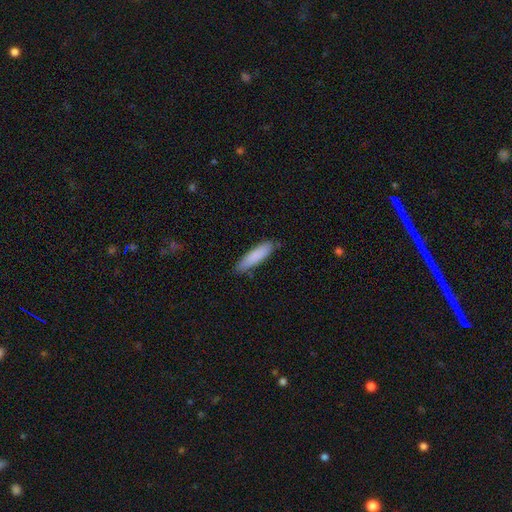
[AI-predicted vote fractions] Smooth or featured? Predicted: smooth (p=0.85). How rounded? Predicted: cigar-shaped (p=0.73). Merging? Predicted: none (p=0.81).